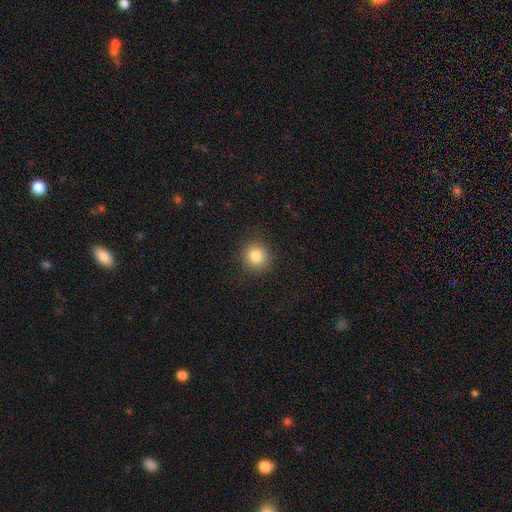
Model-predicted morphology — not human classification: type=smooth (83%); roundness=round (91%); merging=none (89%).